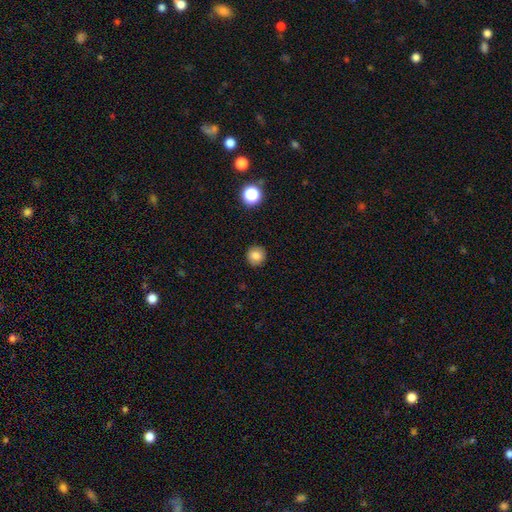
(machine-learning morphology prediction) A smooth galaxy with no disk features (81%) that is round (93%).

Vote fractions:
- Smooth or featured? smooth: 81% / star or artifact: 11% / featured or disk: 7%
- How rounded? round: 93% / in between: 6% / cigar-shaped: 1%
- Merging? none: 91% / minor disturbance: 6% / major disturbance: 2% / merger: 1%